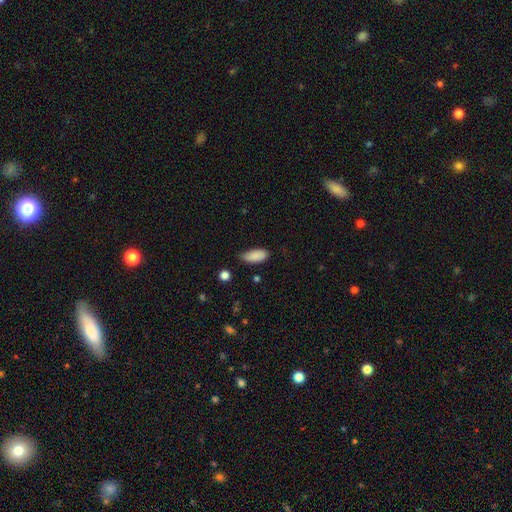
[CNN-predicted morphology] smooth 87%, star or artifact 8%, featured or disk 5%. Down the decision tree: how rounded — in between (87%); merging — none (59%).